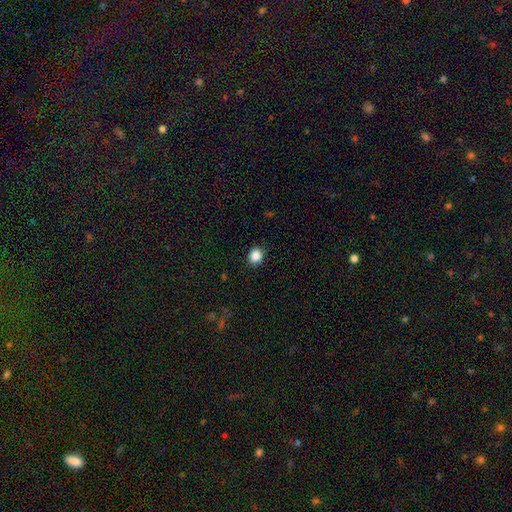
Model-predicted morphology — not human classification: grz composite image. It shows a smooth galaxy with no disk features (87%) that is round (69%). Merging: none (89%).